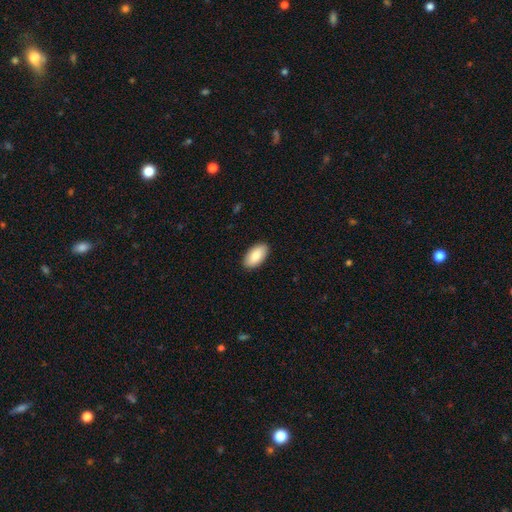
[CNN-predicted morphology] Overall: smooth (86%). How rounded: in between (95%). Merging: none (90%).